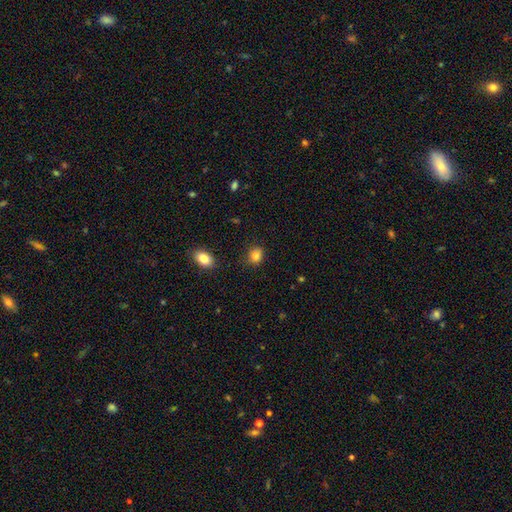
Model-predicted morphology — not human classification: Q: Smooth or featured?
A: smooth (84%); runner-up: star or artifact (10%)
Q: How rounded?
A: round (55%); runner-up: in between (44%)
Q: Merging?
A: none (80%); runner-up: minor disturbance (15%)